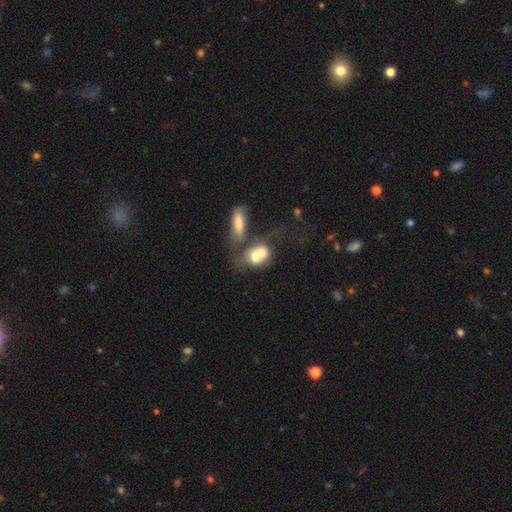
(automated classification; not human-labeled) Morphology: type=smooth (63%); roundness=in between (68%); merging=merger (62%).